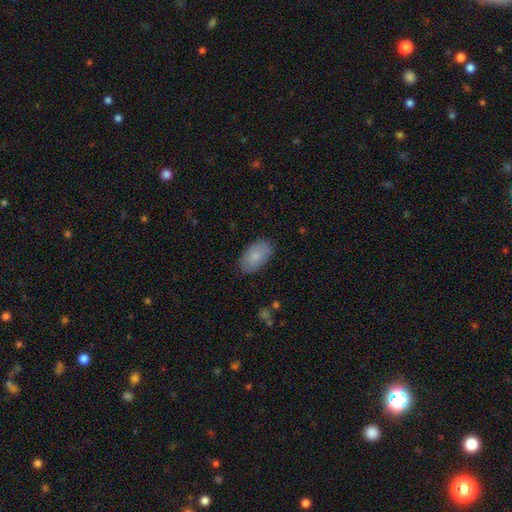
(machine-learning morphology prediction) smooth_or_featured: smooth (p=0.82) [alt: featured or disk p=0.12]
how_rounded: in between (p=0.94) [alt: round p=0.04]
merging: none (p=0.85) [alt: minor disturbance p=0.12]